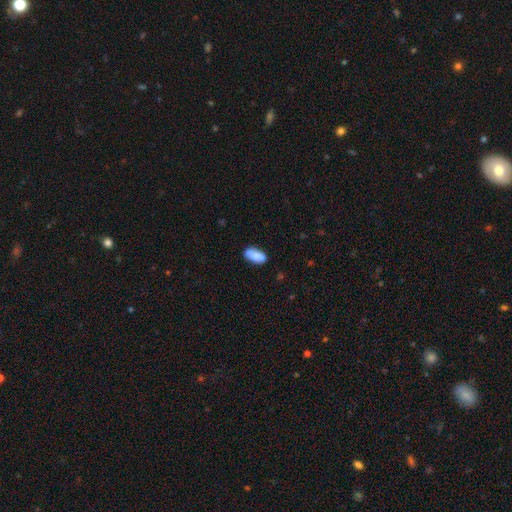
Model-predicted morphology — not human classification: This appears to be a smooth galaxy with no disk features (83%) that is in between round and cigar-shaped (91%). Merging: none (72%).